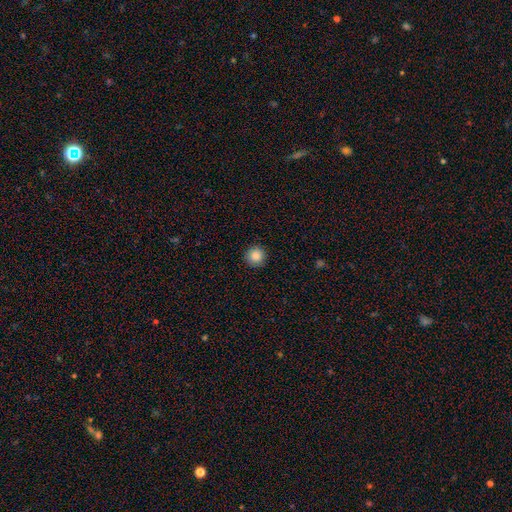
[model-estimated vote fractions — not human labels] Smooth or featured? Predicted: smooth (p=0.86). How rounded? Predicted: round (p=0.95). Merging? Predicted: none (p=0.91).